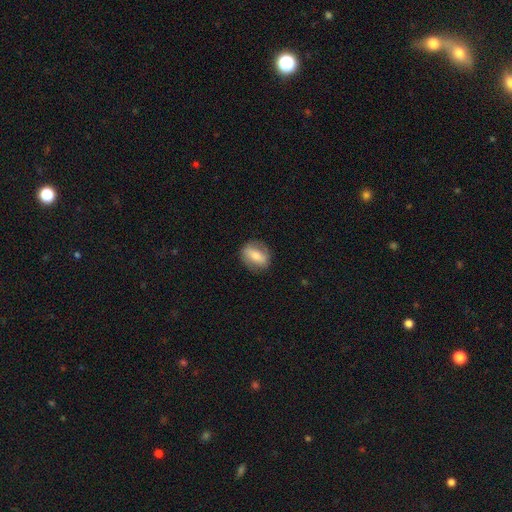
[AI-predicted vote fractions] Smooth or featured?
  - smooth: 58% *
  - featured or disk: 34%
  - star or artifact: 7%
How rounded?
  - in between: 60% *
  - round: 36%
  - cigar-shaped: 4%
Merging?
  - none: 82% *
  - minor disturbance: 13%
  - major disturbance: 4%
  - merger: 1%